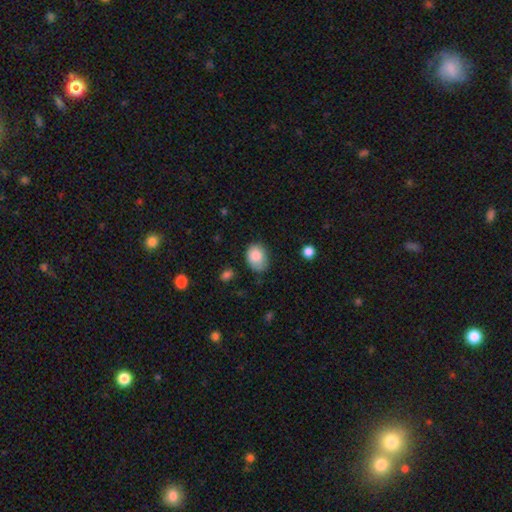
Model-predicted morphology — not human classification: smooth-or-featured: smooth: 85% | star or artifact: 8% | featured or disk: 7%
  how-rounded: in between: 68% | round: 31% | cigar-shaped: 1%
  merging: none: 59% | minor disturbance: 31% | major disturbance: 7% | merger: 2%